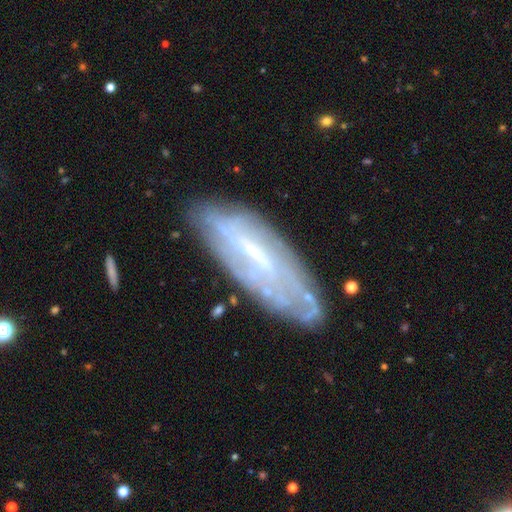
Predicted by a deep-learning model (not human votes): featured or disk 65%, smooth 26%, star or artifact 8%. Down the decision tree: edge-on disk — no (79%); bar — weak (42%); spiral arms — yes (60%); bulge size — small (52%); merging — none (69%).